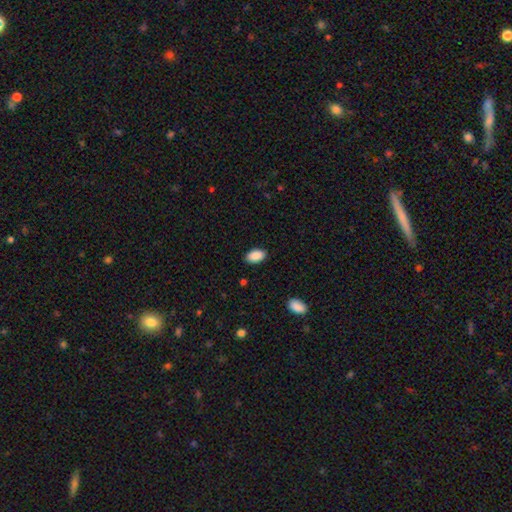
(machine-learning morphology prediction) Smooth or featured? Predicted: smooth (p=0.90). How rounded? Predicted: in between (p=0.93). Merging? Predicted: none (p=0.87).